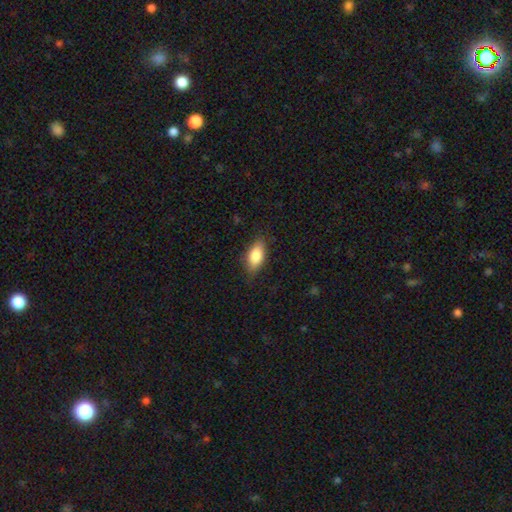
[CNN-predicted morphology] This appears to be a smooth galaxy with no disk features (81%) that is in between round and cigar-shaped (87%). Merging: none (80%).